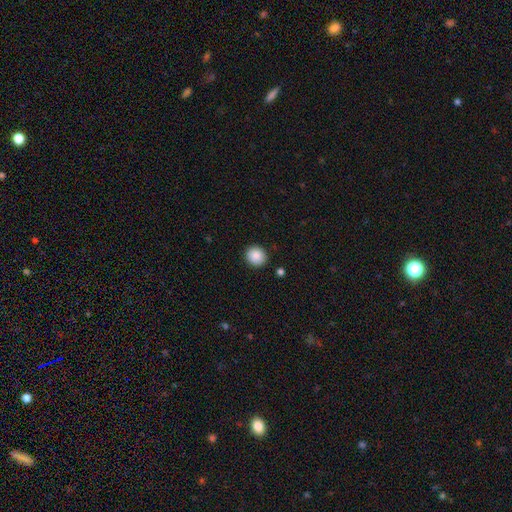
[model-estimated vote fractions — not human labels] Morphology: type=smooth (88%); roundness=round (85%); merging=none (91%).